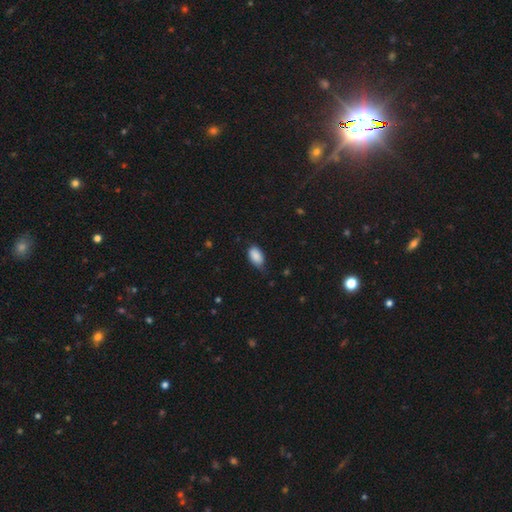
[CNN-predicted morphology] Smooth or featured: smooth — 88% (star or artifact — 7%)
How rounded: in between — 93% (round — 5%)
Merging: none — 57% (minor disturbance — 35%)